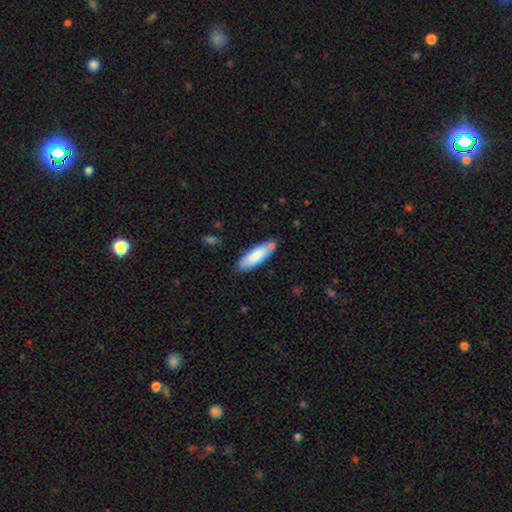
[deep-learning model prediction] Q: Smooth or featured?
A: smooth (82%); runner-up: featured or disk (12%)
Q: How rounded?
A: cigar-shaped (54%); runner-up: in between (45%)
Q: Merging?
A: none (75%); runner-up: minor disturbance (16%)